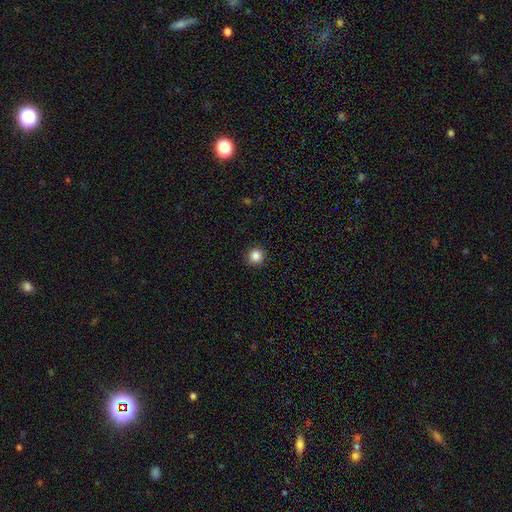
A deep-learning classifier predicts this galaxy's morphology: A smooth galaxy with no disk features (86%) that is round (93%).

Vote fractions:
- Smooth or featured? smooth: 86% / star or artifact: 11% / featured or disk: 4%
- How rounded? round: 93% / in between: 6% / cigar-shaped: 1%
- Merging? none: 92% / minor disturbance: 5% / major disturbance: 2% / merger: 1%